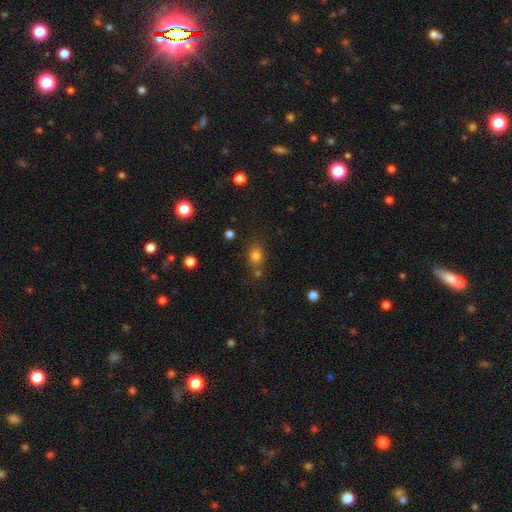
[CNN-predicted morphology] Q: Smooth or featured?
A: smooth (79%); runner-up: star or artifact (14%)
Q: How rounded?
A: round (56%); runner-up: in between (43%)
Q: Merging?
A: none (68%); runner-up: minor disturbance (14%)